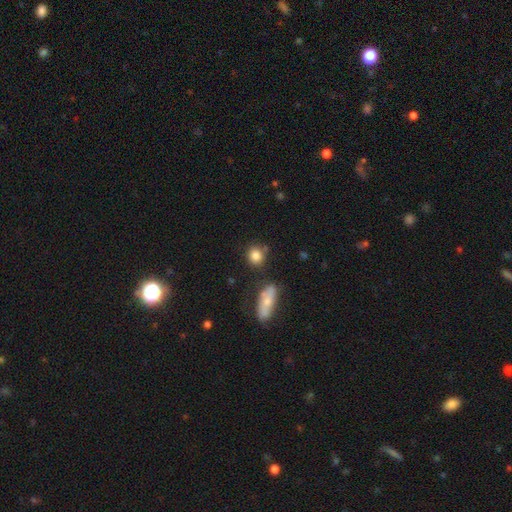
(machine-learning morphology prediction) Smooth or featured? Predicted: smooth (p=0.84). How rounded? Predicted: round (p=0.81). Merging? Predicted: none (p=0.74).